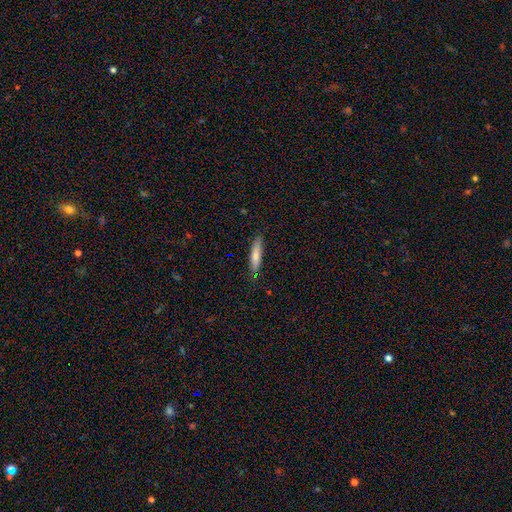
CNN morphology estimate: Smooth or featured? smooth (76%)
How rounded? cigar-shaped (76%)
Merging? none (84%)